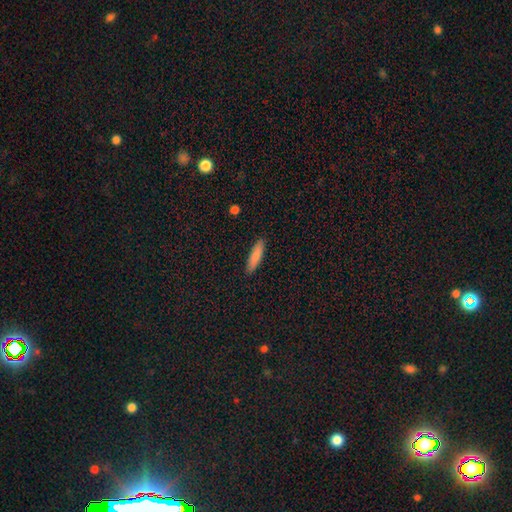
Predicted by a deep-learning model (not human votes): This is clearly a smooth galaxy (84%). How rounded: clearly cigar-shaped (81%). Merging: clearly none (90%).